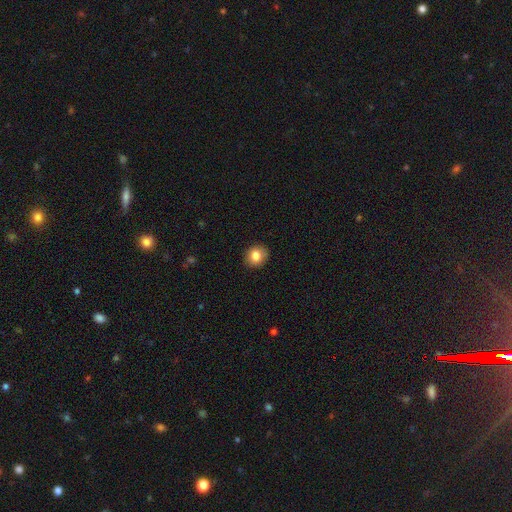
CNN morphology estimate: Smooth or featured: smooth — 83% (star or artifact — 9%)
How rounded: round — 84% (in between — 15%)
Merging: none — 89% (minor disturbance — 8%)